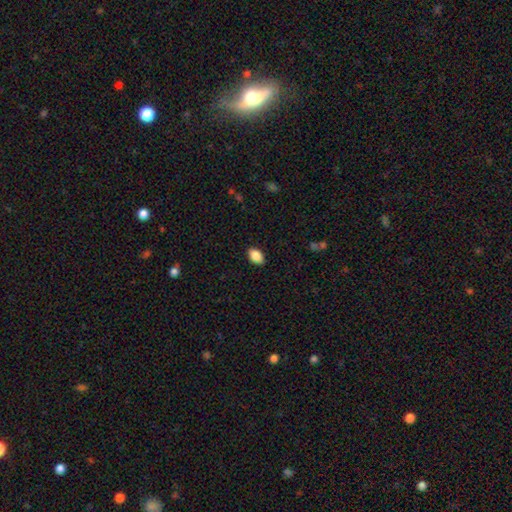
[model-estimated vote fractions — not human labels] Smooth or featured?
  - smooth: 88% *
  - star or artifact: 8%
  - featured or disk: 5%
How rounded?
  - in between: 89% *
  - round: 10%
  - cigar-shaped: 1%
Merging?
  - none: 88% *
  - minor disturbance: 9%
  - major disturbance: 2%
  - merger: 1%